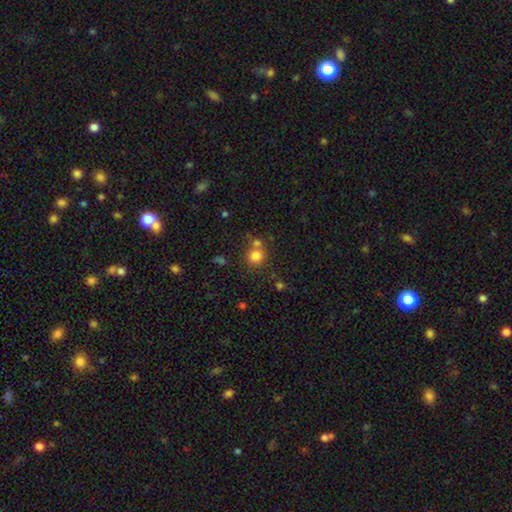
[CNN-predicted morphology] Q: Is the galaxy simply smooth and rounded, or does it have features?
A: smooth — 80%.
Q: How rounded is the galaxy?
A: round — 83%.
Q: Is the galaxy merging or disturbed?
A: none — 62%.